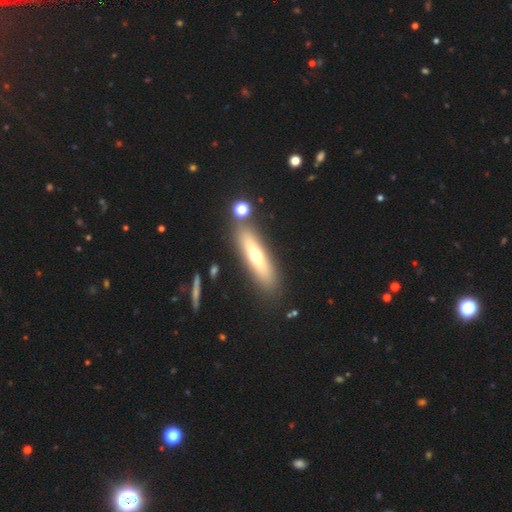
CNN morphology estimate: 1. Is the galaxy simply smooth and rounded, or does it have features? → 51% smooth, 41% featured or disk, 7% star or artifact.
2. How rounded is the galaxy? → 72% cigar-shaped, 26% in between, 2% round.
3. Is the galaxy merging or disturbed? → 82% none, 9% minor disturbance, 5% merger, 3% major disturbance.